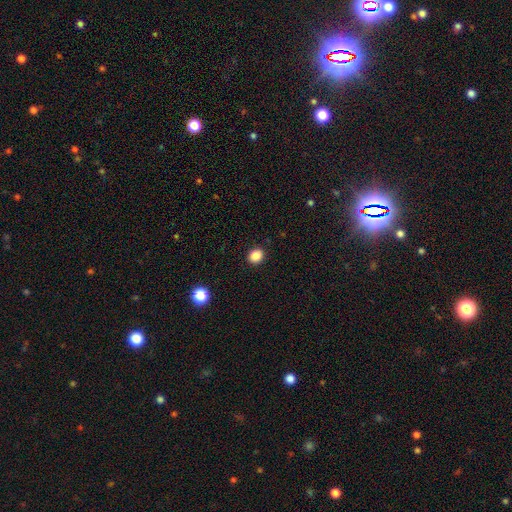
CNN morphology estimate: smooth_or_featured: smooth (p=0.87) [alt: star or artifact p=0.10]
how_rounded: round (p=0.64) [alt: in between p=0.35]
merging: none (p=0.91) [alt: minor disturbance p=0.06]